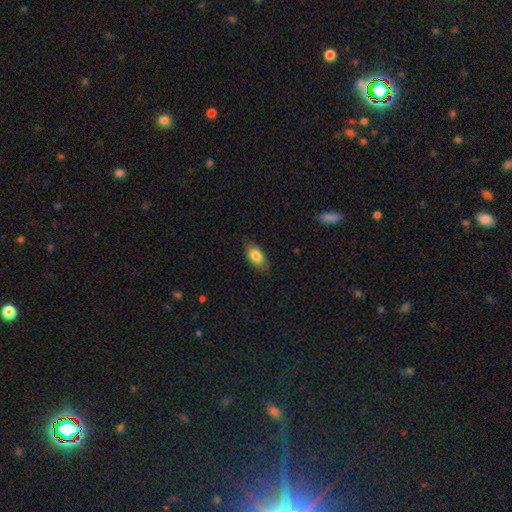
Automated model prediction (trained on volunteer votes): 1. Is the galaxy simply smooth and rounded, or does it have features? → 83% smooth, 10% featured or disk, 7% star or artifact.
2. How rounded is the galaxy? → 89% in between, 6% cigar-shaped, 5% round.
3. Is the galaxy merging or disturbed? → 82% none, 14% minor disturbance, 3% major disturbance, 1% merger.